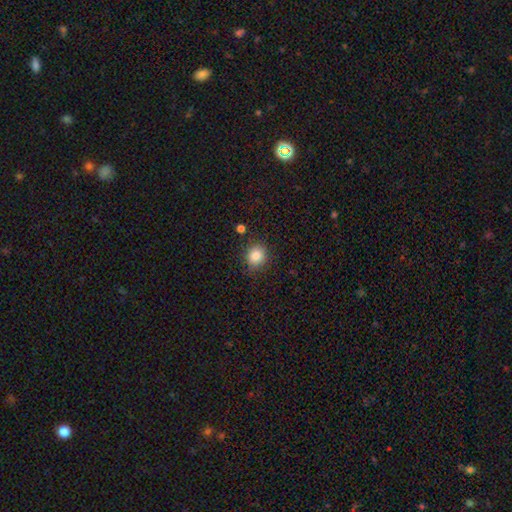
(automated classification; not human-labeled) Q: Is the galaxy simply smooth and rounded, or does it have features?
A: smooth — 84%.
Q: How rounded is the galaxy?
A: round — 78%.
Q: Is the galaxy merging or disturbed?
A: none — 84%.